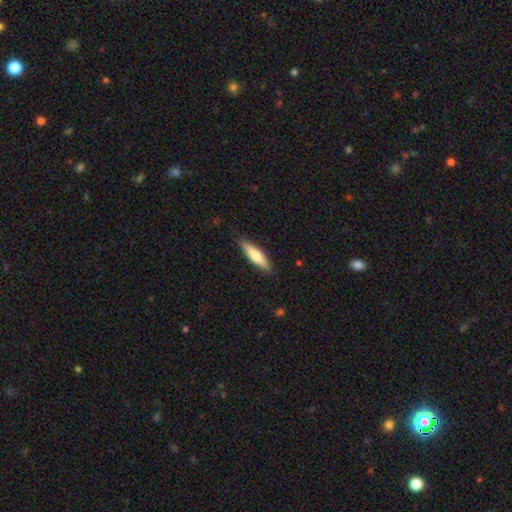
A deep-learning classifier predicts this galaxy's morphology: type=smooth (70%); roundness=cigar-shaped (70%); merging=none (87%).